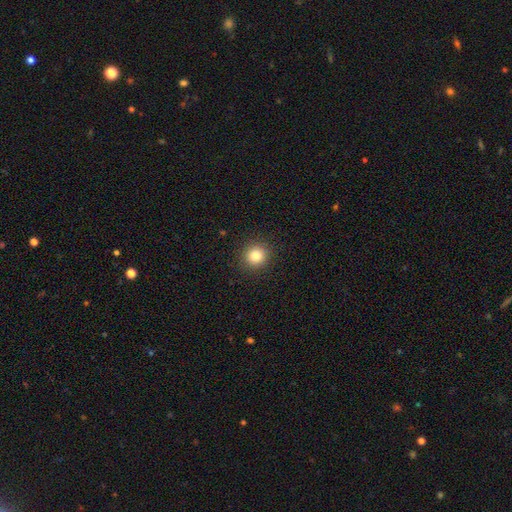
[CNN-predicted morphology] Smooth or featured? Predicted: smooth (p=0.83). How rounded? Predicted: round (p=0.89). Merging? Predicted: none (p=0.91).